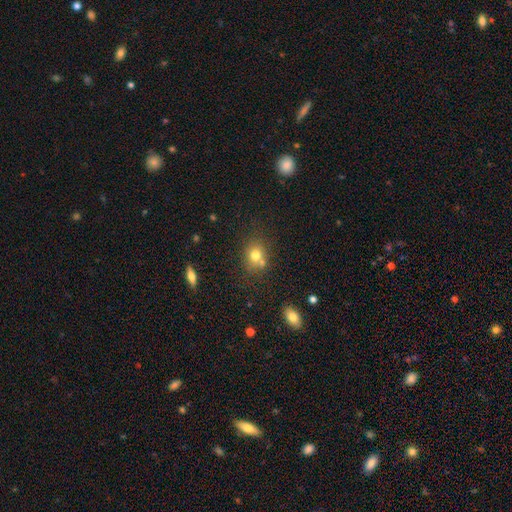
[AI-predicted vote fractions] Morphology: type=smooth (74%); roundness=round (64%); merging=none (60%).